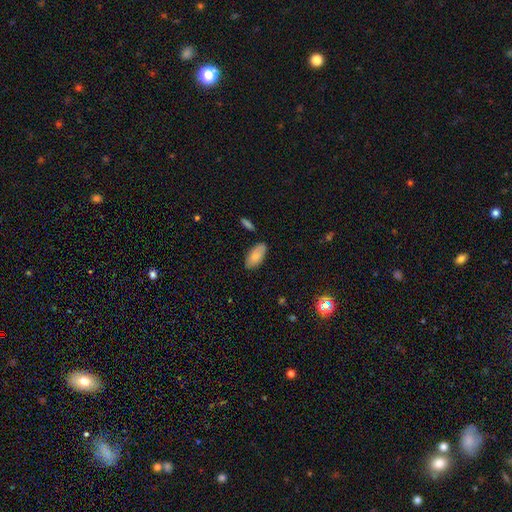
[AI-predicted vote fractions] Morphology: type=smooth (84%); roundness=in between (92%); merging=none (81%).